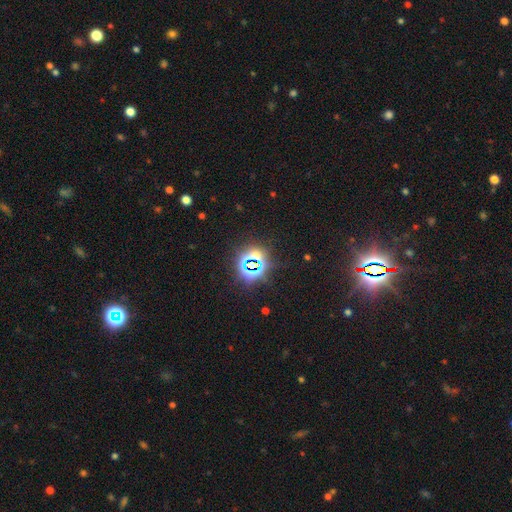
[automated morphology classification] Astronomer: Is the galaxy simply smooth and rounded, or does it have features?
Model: star or artifact — 76%.